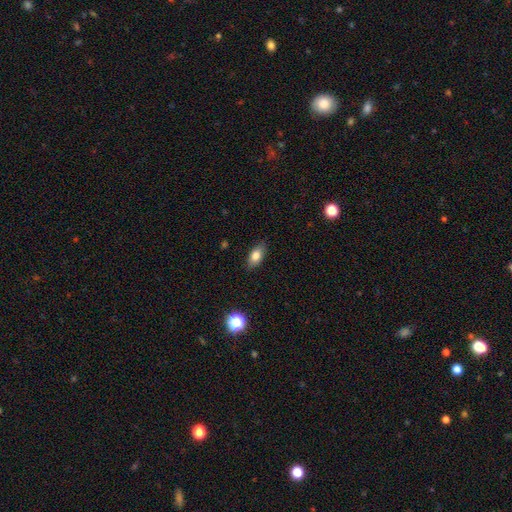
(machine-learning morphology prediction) The model was most divided on "smooth or featured": smooth: 80%, featured or disk: 11%, star or artifact: 9%. More confident: how rounded — in between (86%); merging — none (85%).